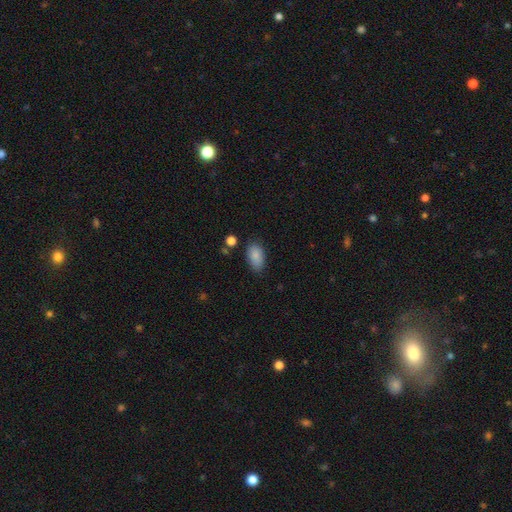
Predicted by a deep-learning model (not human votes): Smooth or featured?
  - smooth: 87% *
  - star or artifact: 7%
  - featured or disk: 6%
How rounded?
  - in between: 92% *
  - round: 5%
  - cigar-shaped: 2%
Merging?
  - none: 79% *
  - minor disturbance: 15%
  - major disturbance: 3%
  - merger: 3%